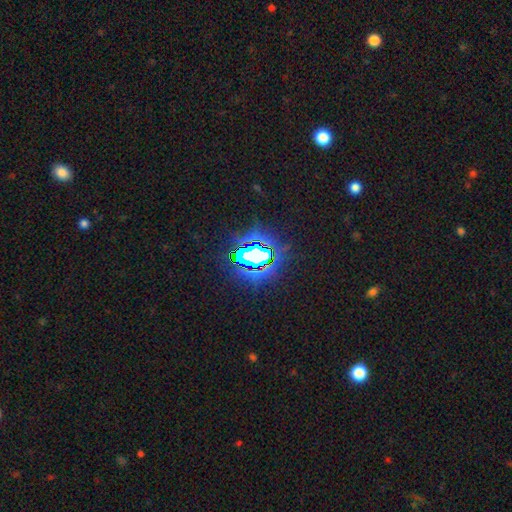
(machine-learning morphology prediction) type=star or artifact (75%).